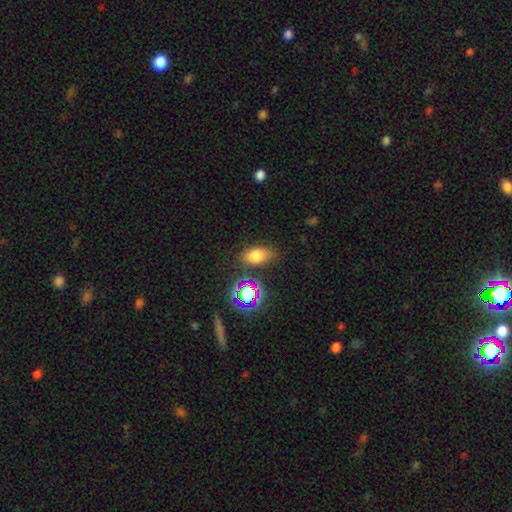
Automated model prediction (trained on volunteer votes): A smooth galaxy with no disk features (71%) that is in between round and cigar-shaped (85%). Merging: none (73%).